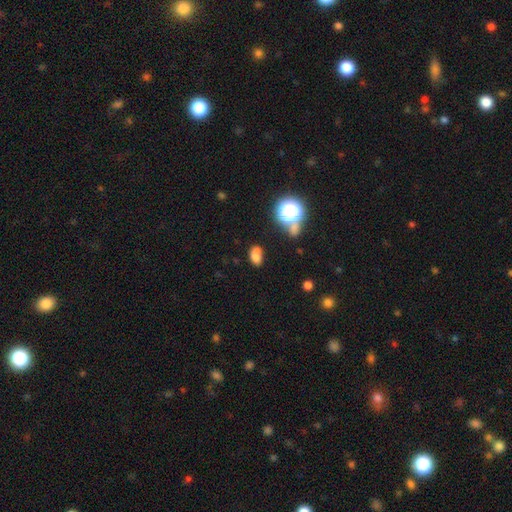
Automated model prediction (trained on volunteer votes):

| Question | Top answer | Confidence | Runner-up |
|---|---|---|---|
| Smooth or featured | smooth | 70% | star or artifact (18%) |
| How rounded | in between | 83% | round (15%) |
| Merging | none | 58% | minor disturbance (22%) |